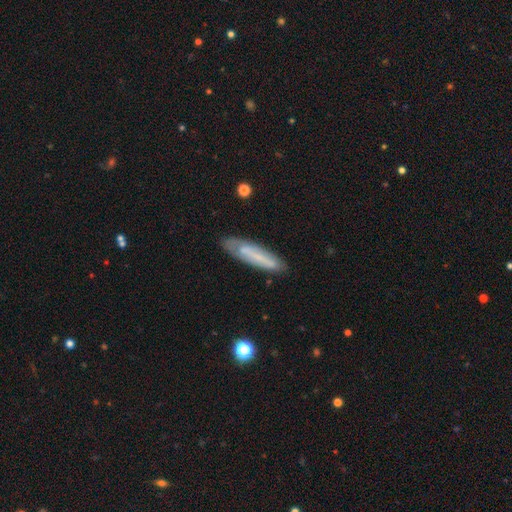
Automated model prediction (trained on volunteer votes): Smooth or featured: smooth — 55% (featured or disk — 37%)
How rounded: cigar-shaped — 80% (in between — 18%)
Merging: none — 77% (minor disturbance — 16%)